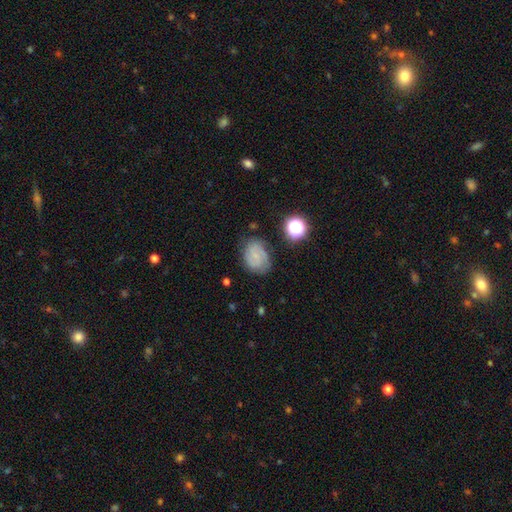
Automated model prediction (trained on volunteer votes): Smooth or featured?
  - featured or disk: 59% *
  - smooth: 30%
  - star or artifact: 11%
Edge-on disk?
  - no: 97% *
  - yes: 3%
Bar?
  - no: 52% *
  - weak: 39%
  - strong: 9%
Spiral arms?
  - yes: 91% *
  - no: 9%
Spiral winding?
  - tight: 46% *
  - medium: 42%
  - loose: 12%
Spiral arm count?
  - 2: 62% *
  - can't tell: 18%
  - 3: 10%
  - 1: 4%
  - 4: 2%
  - more than 4: 2%
Bulge size?
  - small: 51% *
  - none: 36%
  - moderate: 11%
  - large: 1%
  - dominant: 1%
Merging?
  - none: 72% *
  - minor disturbance: 19%
  - major disturbance: 7%
  - merger: 2%